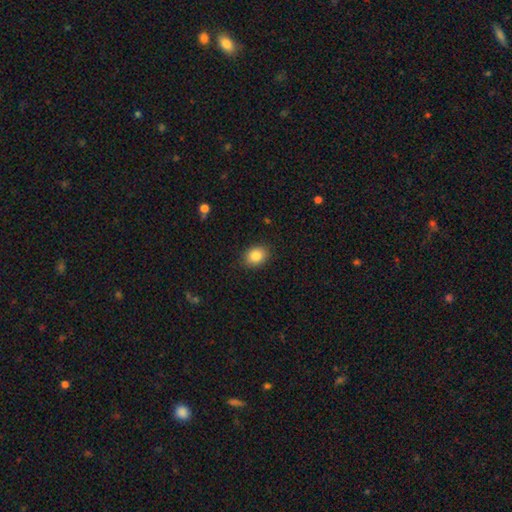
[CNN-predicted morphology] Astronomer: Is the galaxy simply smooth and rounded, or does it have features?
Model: smooth — 86%.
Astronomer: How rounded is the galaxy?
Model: in between — 57% (runner-up: round, 42%).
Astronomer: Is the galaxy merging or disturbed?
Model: none — 87%.